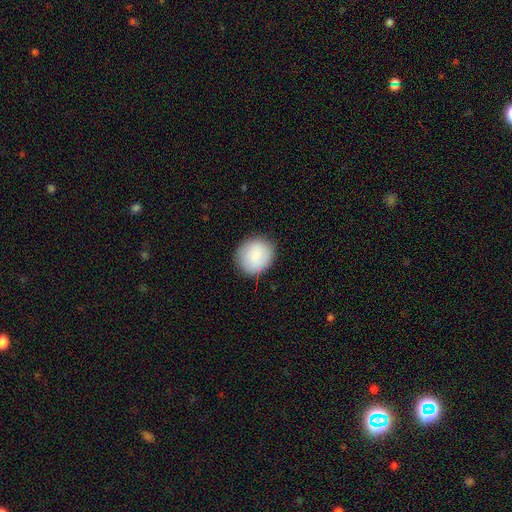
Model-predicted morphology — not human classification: smooth 86%, featured or disk 7%, star or artifact 7%. Down the decision tree: how rounded — round (78%); merging — none (85%).